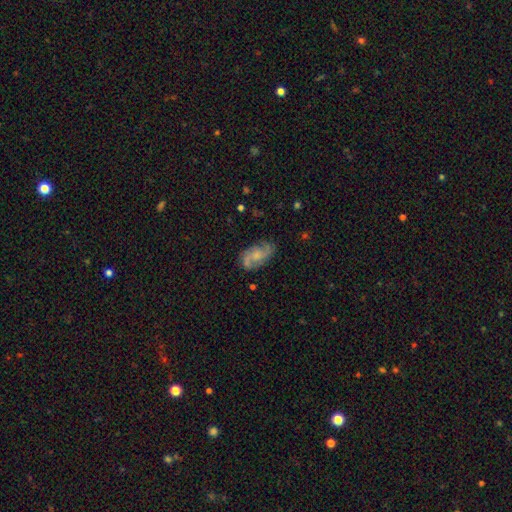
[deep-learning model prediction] A featured or disk galaxy (69%) with no bar (62%), 2 (74%) medium (45%) spiral arms (93%) and a small central bulge (41%).

Vote fractions:
- Smooth or featured? featured or disk: 69% / smooth: 23% / star or artifact: 7%
- Edge-on disk? no: 96% / yes: 4%
- Bar? no: 62% / weak: 33% / strong: 5%
- Spiral arms? yes: 93% / no: 7%
- Spiral winding? medium: 45% / loose: 37% / tight: 18%
- Spiral arm count? 2: 74% / 3: 10% / can't tell: 9% / 1: 3% / 4: 2% / more than 4: 2%
- Bulge size? small: 41% / moderate: 33% / none: 20% / large: 4% / dominant: 1%
- Merging? none: 74% / minor disturbance: 18% / major disturbance: 6% / merger: 2%